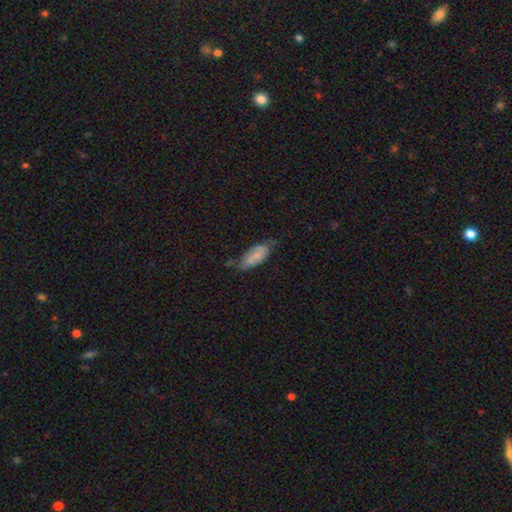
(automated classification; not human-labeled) Overall: smooth (66%; featured or disk 27%). How rounded: in between (83%). Merging: none (56%; minor disturbance 33%).